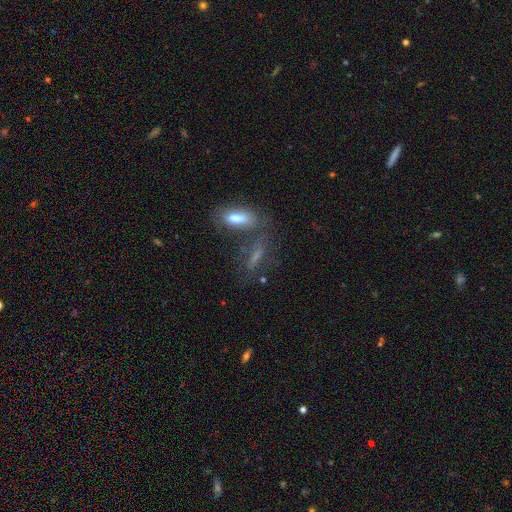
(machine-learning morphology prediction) This is possibly a smooth galaxy (54%). How rounded: likely cigar-shaped (63%). Merging: possibly none (50%).